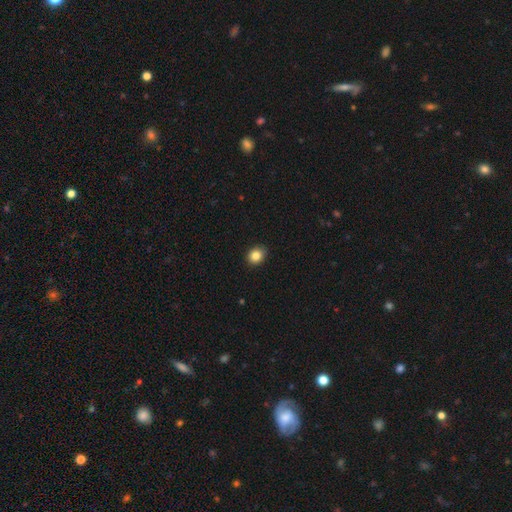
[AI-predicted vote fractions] Smooth or featured?
  - smooth: 85% *
  - star or artifact: 10%
  - featured or disk: 5%
How rounded?
  - round: 64% *
  - in between: 35%
  - cigar-shaped: 1%
Merging?
  - none: 88% *
  - minor disturbance: 10%
  - major disturbance: 2%
  - merger: 1%